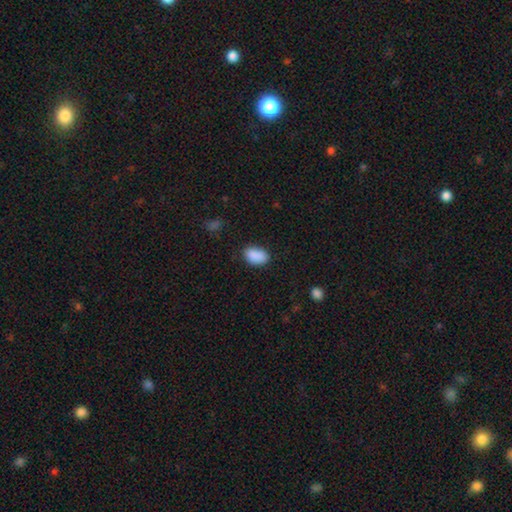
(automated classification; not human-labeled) Morphology: type=smooth (89%); roundness=in between (91%); merging=none (81%).